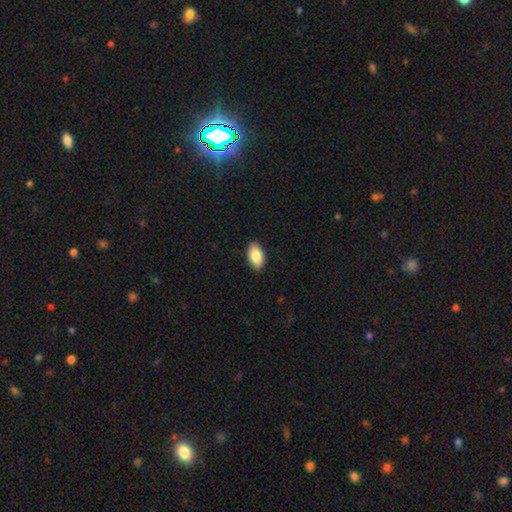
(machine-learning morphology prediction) This is clearly a smooth galaxy (86%). How rounded: clearly in between (94%). Merging: clearly none (89%).